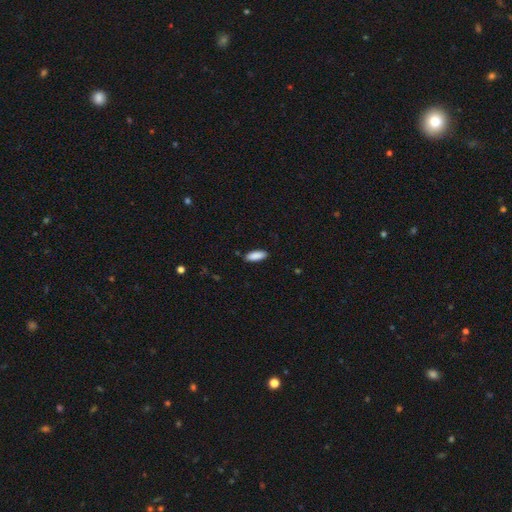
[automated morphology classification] smooth 89%, star or artifact 6%, featured or disk 4%. Down the decision tree: how rounded — in between (71%); merging — none (87%).